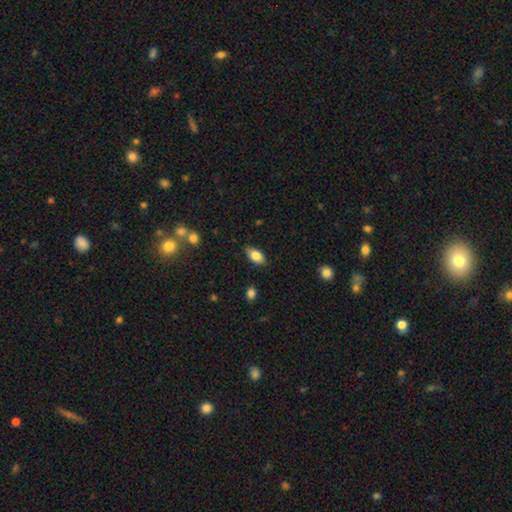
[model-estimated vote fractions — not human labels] Smooth or featured? smooth (80%)
How rounded? in between (90%)
Merging? none (85%)